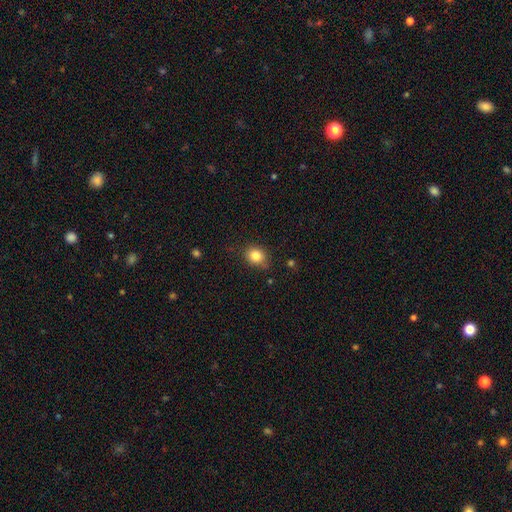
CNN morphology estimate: smooth_or_featured: smooth (p=0.84) [alt: star or artifact p=0.10]
how_rounded: round (p=0.64) [alt: in between p=0.35]
merging: none (p=0.75) [alt: minor disturbance p=0.18]